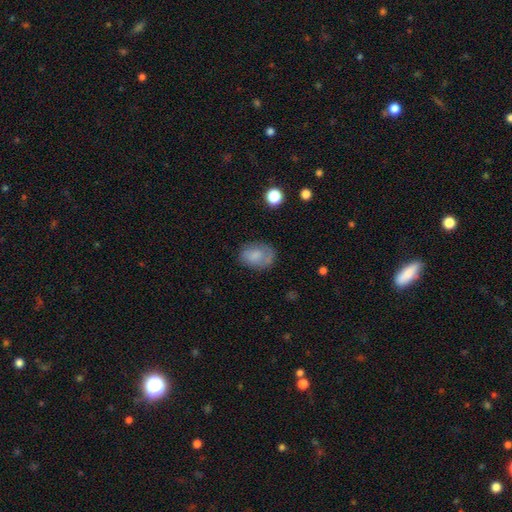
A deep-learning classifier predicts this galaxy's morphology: This appears to be a smooth galaxy with no disk features (69%) that is in between round and cigar-shaped (70%). Merging: none (64%).